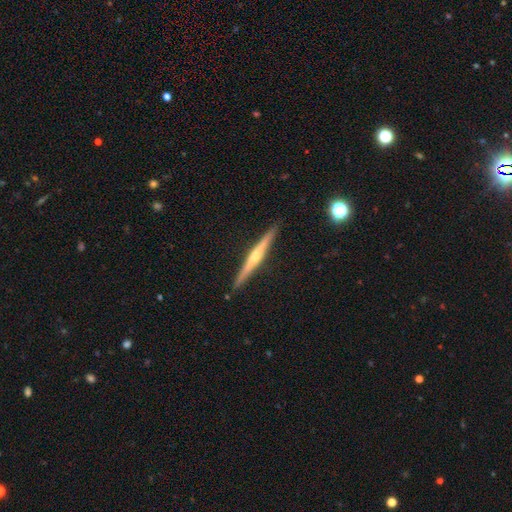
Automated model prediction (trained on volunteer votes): A featured or disk galaxy (81%) viewed edge-on (98%) with a rounded central bulge (88%).

Vote fractions:
- Smooth or featured? featured or disk: 81% / smooth: 14% / star or artifact: 5%
- Edge-on disk? yes: 98% / no: 2%
- Edge-on bulge? rounded: 88% / none: 9% / boxy: 3%
- Merging? none: 92% / minor disturbance: 6% / major disturbance: 1% / merger: 1%